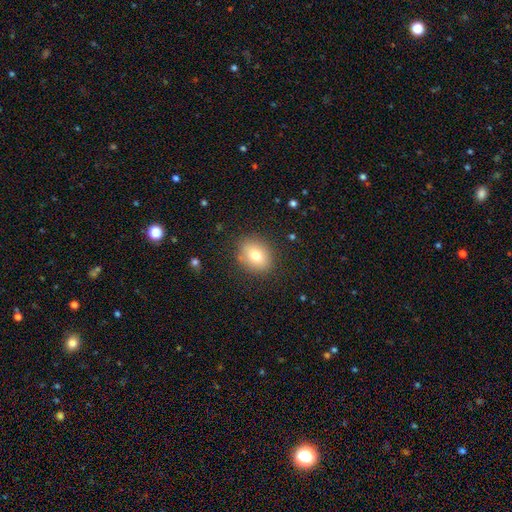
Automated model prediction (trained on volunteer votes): This appears to be a smooth galaxy with no disk features (74%) that is round (53%). Merging: none (84%).